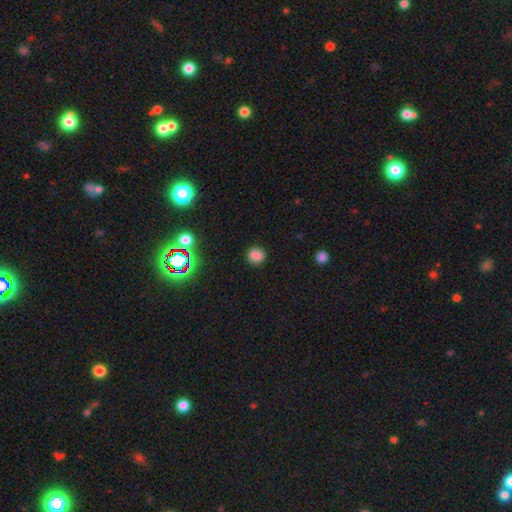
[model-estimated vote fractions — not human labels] smooth_or_featured: smooth (p=0.79) [alt: star or artifact p=0.15]
how_rounded: round (p=0.85) [alt: in between p=0.14]
merging: none (p=0.89) [alt: minor disturbance p=0.08]